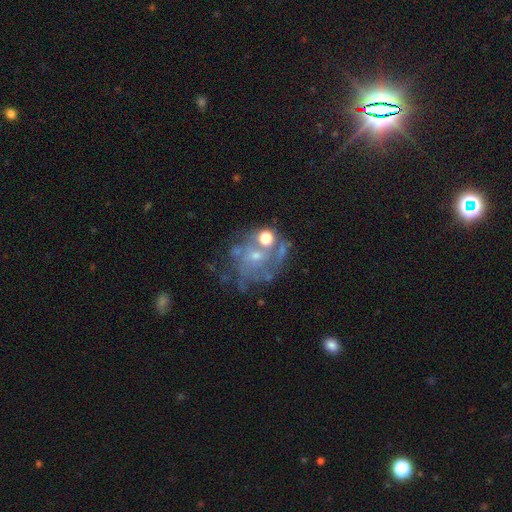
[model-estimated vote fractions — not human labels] featured or disk 66%, star or artifact 17%, smooth 17%. Down the decision tree: edge-on disk — no (98%); bar — no (78%); spiral arms — yes (56%); bulge size — small (56%); merging — none (44%).